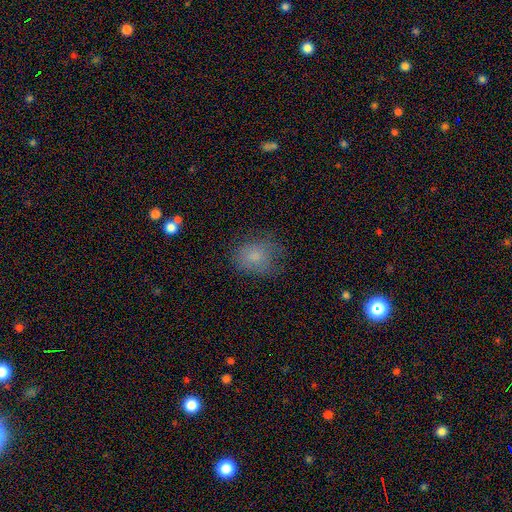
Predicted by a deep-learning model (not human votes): Overall: smooth (74%). How rounded: round (54%; in between 45%). Merging: none (66%).